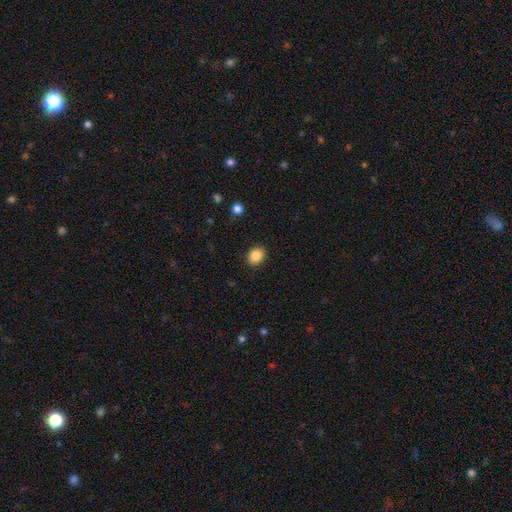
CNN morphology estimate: smooth-or-featured: smooth: 88% | star or artifact: 9% | featured or disk: 3%
  how-rounded: round: 53% | in between: 46% | cigar-shaped: 1%
  merging: none: 89% | minor disturbance: 8% | major disturbance: 2% | merger: 1%